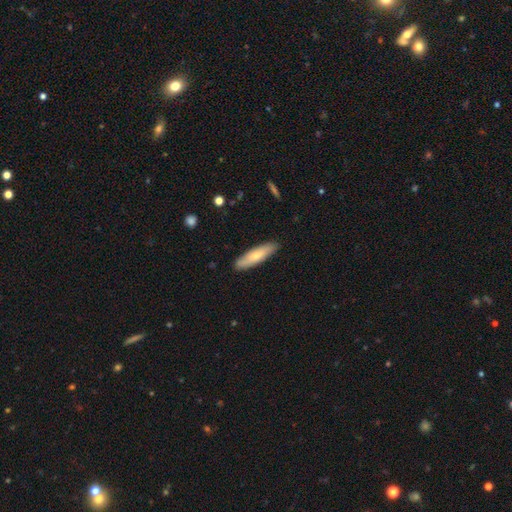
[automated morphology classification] Smooth or featured? Predicted: smooth (p=0.66). How rounded? Predicted: cigar-shaped (p=0.67). Merging? Predicted: none (p=0.87).